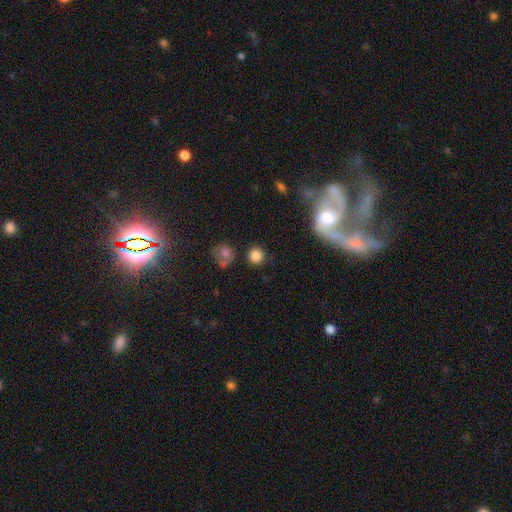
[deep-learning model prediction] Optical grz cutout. It shows a smooth galaxy with no disk features (83%) that is round (92%). Merging: none (81%).